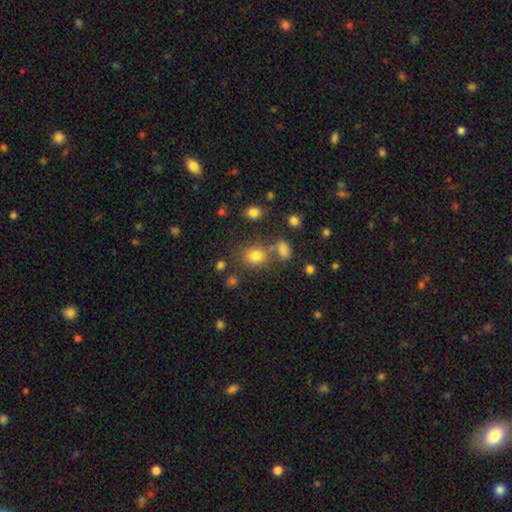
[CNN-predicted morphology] Smooth or featured: smooth — 76% (star or artifact — 16%)
How rounded: round — 61% (in between — 38%)
Merging: none — 68% (merger — 16%)